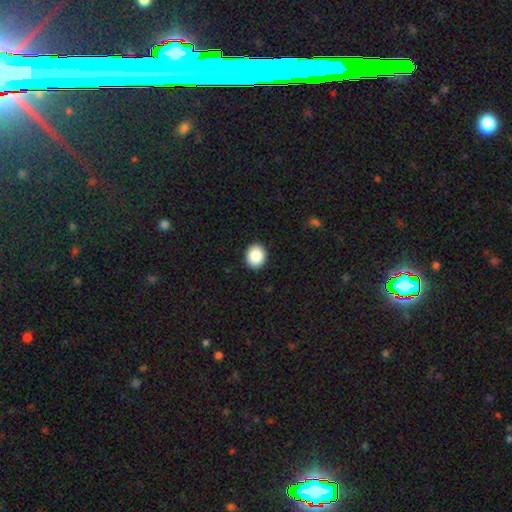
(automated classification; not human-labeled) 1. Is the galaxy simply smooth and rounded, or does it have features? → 88% smooth, 8% star or artifact, 4% featured or disk.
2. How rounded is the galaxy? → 67% round, 33% in between, 1% cigar-shaped.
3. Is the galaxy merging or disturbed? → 92% none, 6% minor disturbance, 2% major disturbance, 1% merger.